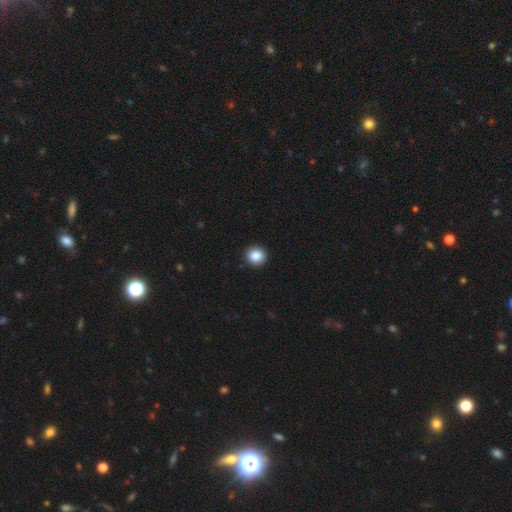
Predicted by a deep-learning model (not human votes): Smooth or featured: smooth — 87% (star or artifact — 9%)
How rounded: round — 88% (in between — 11%)
Merging: none — 92% (minor disturbance — 5%)